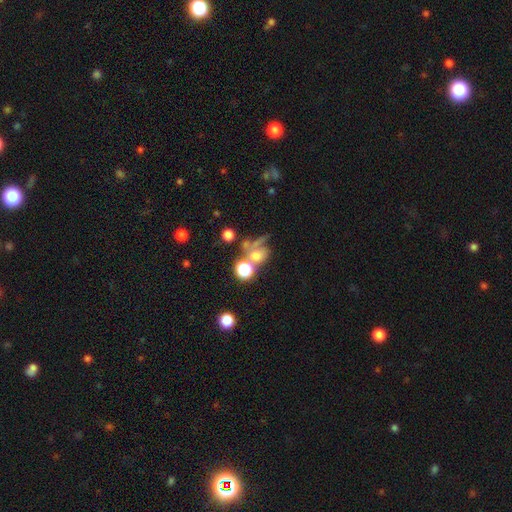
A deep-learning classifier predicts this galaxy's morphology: Smooth or featured?
  - smooth: 55% *
  - star or artifact: 23%
  - featured or disk: 22%
How rounded?
  - round: 69% *
  - in between: 29%
  - cigar-shaped: 2%
Merging?
  - merger: 33% *
  - none: 32%
  - major disturbance: 22%
  - minor disturbance: 13%